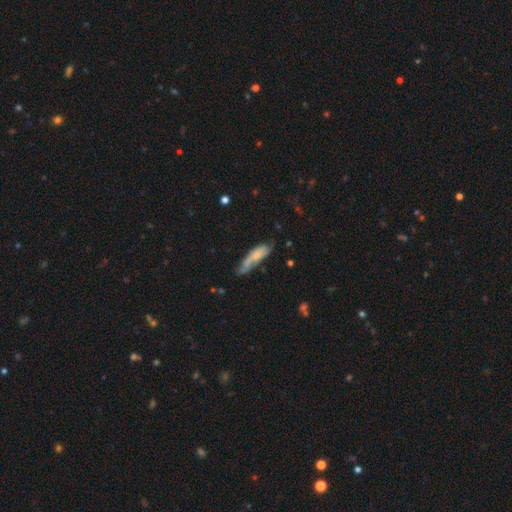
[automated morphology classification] type=smooth (62%); roundness=cigar-shaped (63%); merging=none (45%).